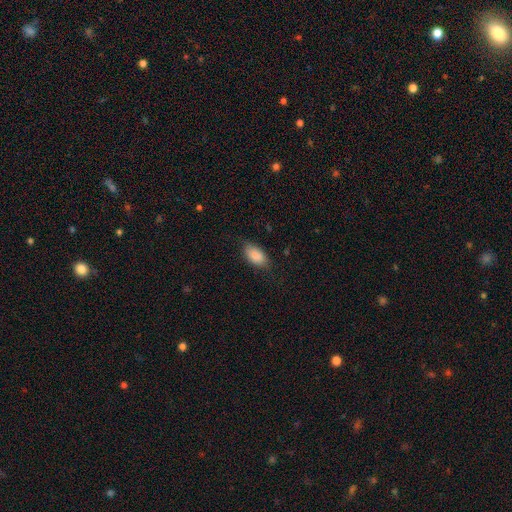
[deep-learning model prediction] Q: Smooth or featured?
A: smooth (88%); runner-up: star or artifact (7%)
Q: How rounded?
A: in between (92%); runner-up: cigar-shaped (5%)
Q: Merging?
A: none (76%); runner-up: minor disturbance (18%)